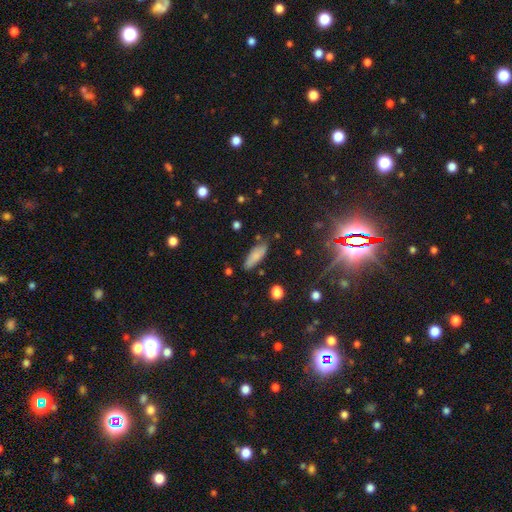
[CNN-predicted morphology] This is likely a smooth galaxy (80%). How rounded: likely in between (61%). Merging: likely none (79%).